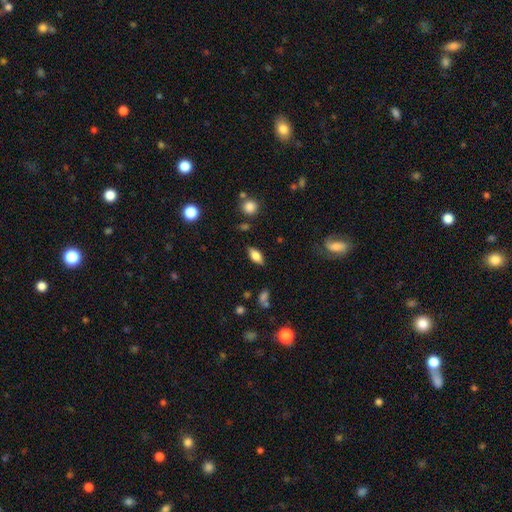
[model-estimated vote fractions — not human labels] Smooth or featured: smooth — 74% (featured or disk — 18%)
How rounded: in between — 86% (cigar-shaped — 10%)
Merging: none — 83% (minor disturbance — 11%)